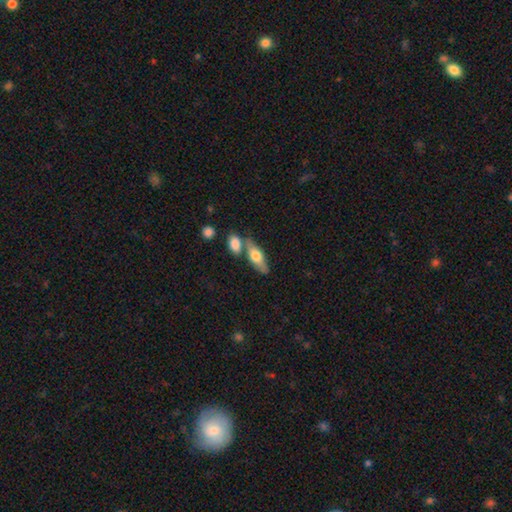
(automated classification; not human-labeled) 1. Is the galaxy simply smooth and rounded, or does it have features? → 63% smooth, 31% featured or disk, 6% star or artifact.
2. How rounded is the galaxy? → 67% in between, 29% cigar-shaped, 4% round.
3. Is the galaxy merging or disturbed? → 55% none, 29% merger, 12% minor disturbance, 4% major disturbance.